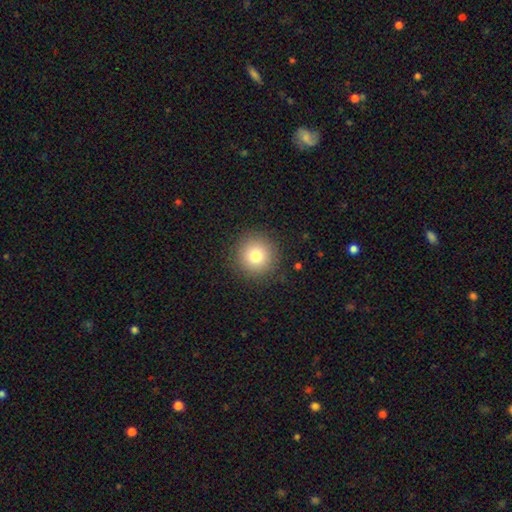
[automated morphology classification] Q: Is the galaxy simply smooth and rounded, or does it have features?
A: smooth — 78%.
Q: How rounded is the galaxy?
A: round — 95%.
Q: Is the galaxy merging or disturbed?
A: none — 90%.